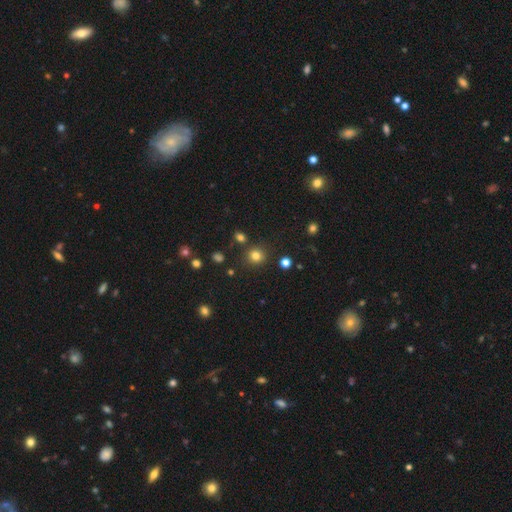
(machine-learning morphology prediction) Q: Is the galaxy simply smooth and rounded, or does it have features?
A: smooth — 80%.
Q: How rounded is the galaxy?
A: round — 90%.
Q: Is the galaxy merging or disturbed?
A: none — 85%.